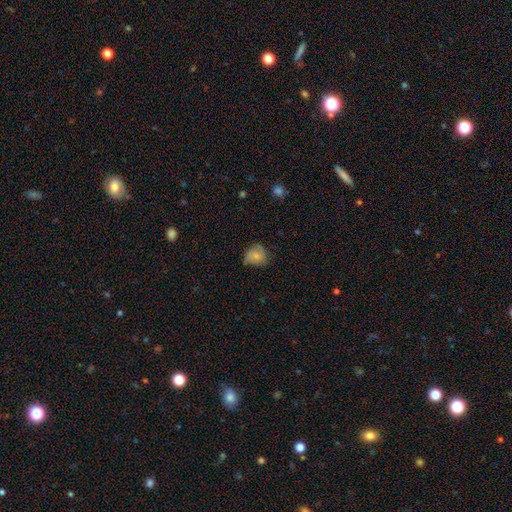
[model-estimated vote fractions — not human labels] Morphology: type=smooth (76%); roundness=round (69%); merging=none (55%).